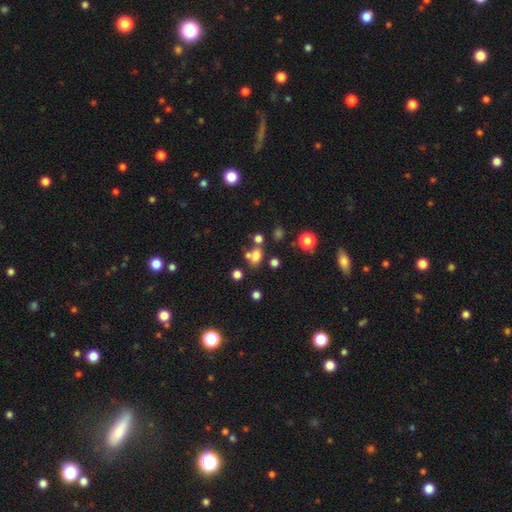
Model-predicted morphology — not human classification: smooth 71%, star or artifact 18%, featured or disk 11%. Down the decision tree: how rounded — in between (60%); merging — none (52%).